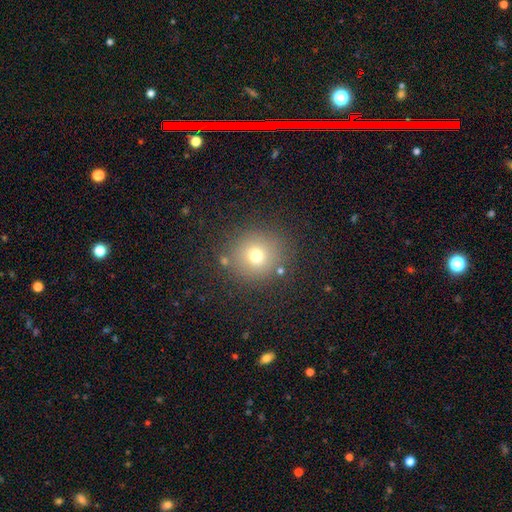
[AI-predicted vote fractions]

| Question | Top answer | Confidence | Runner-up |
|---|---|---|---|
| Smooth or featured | smooth | 70% | star or artifact (17%) |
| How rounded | round | 91% | in between (8%) |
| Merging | none | 84% | minor disturbance (9%) |